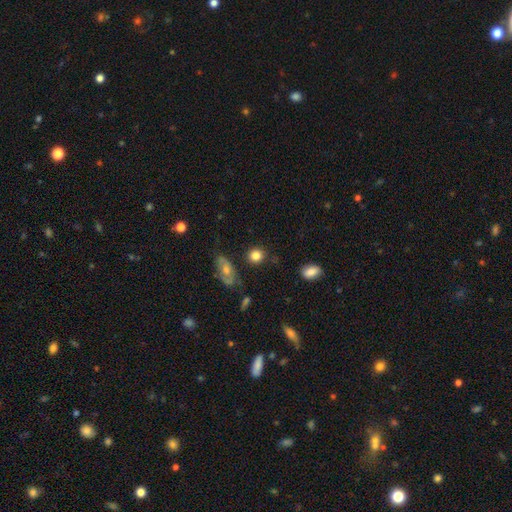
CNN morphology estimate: Overall: smooth (84%). How rounded: round (82%). Merging: none (82%).